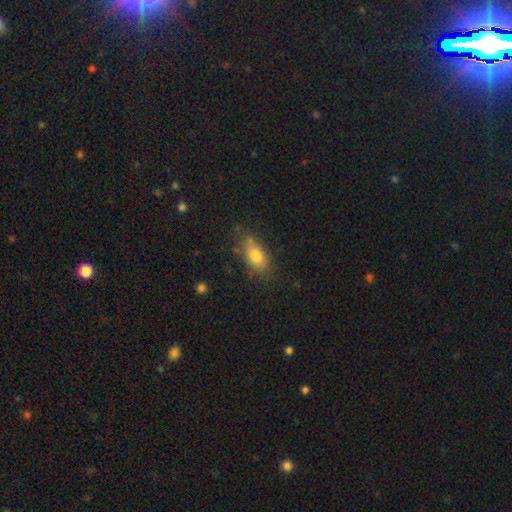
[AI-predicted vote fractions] This is likely a smooth galaxy (79%). How rounded: clearly in between (85%). Merging: likely none (71%).